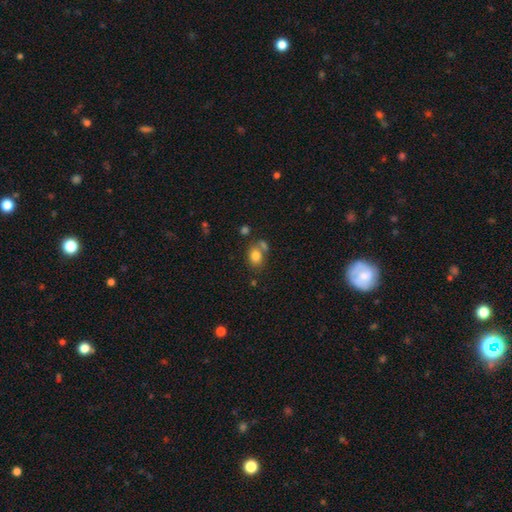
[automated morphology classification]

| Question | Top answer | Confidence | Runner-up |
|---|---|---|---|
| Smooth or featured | smooth | 80% | star or artifact (10%) |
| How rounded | in between | 62% | round (37%) |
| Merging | none | 52% | merger (28%) |